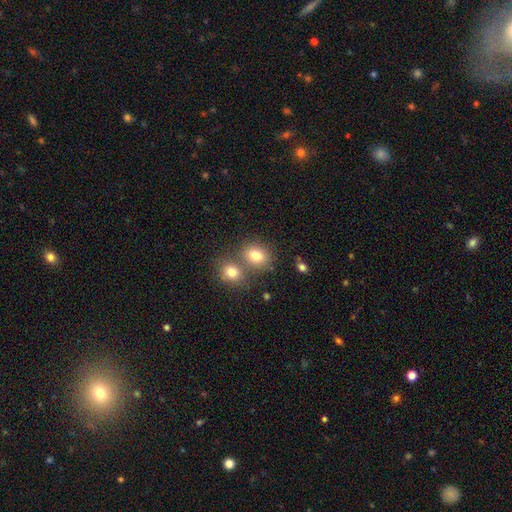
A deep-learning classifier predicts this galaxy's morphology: smooth-or-featured: smooth: 80% | star or artifact: 11% | featured or disk: 9%
  how-rounded: round: 51% | in between: 48% | cigar-shaped: 1%
  merging: none: 52% | merger: 35% | minor disturbance: 9% | major disturbance: 3%